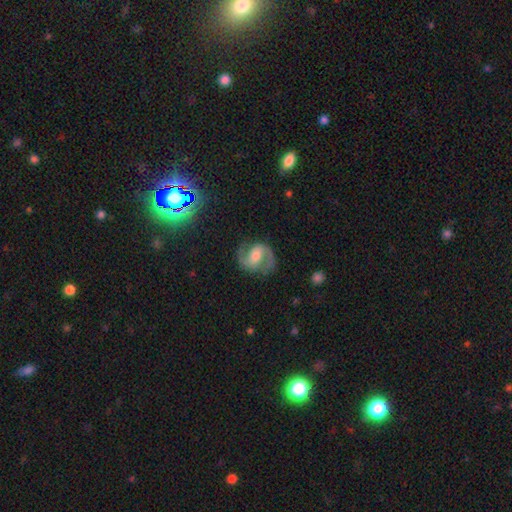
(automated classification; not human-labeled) The model was most divided on "bar": weak: 45%, no: 28%, strong: 27%. More confident: edge-on disk — no (98%); spiral arms — yes (96%); spiral arm count — 2 (93%); smooth or featured — featured or disk (86%); merging — none (80%); spiral winding — medium (59%); bulge size — moderate (56%).